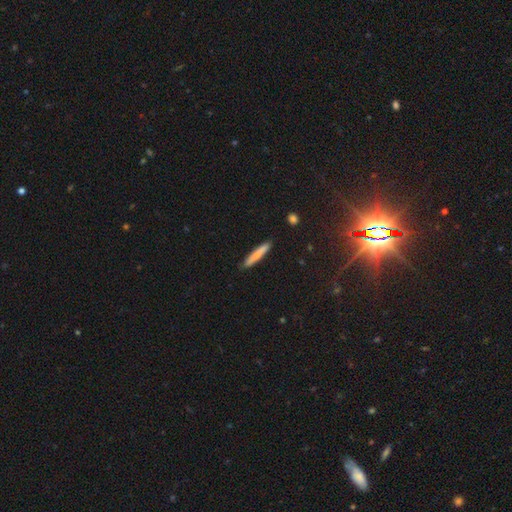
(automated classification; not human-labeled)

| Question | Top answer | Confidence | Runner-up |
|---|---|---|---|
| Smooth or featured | smooth | 70% | featured or disk (22%) |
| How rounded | cigar-shaped | 95% | in between (4%) |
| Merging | none | 89% | minor disturbance (8%) |